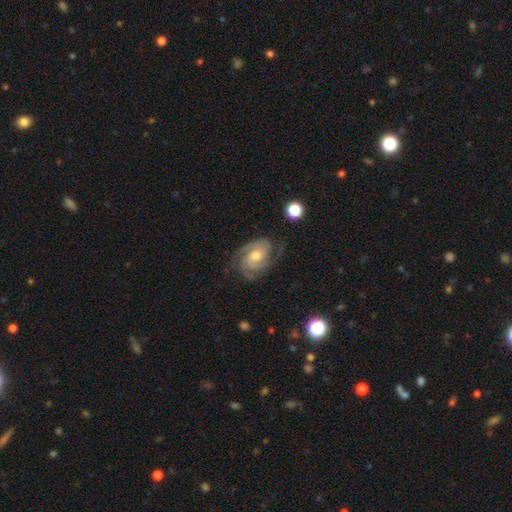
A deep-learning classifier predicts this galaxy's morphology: A featured or disk galaxy (88%) with no bar (59%), 2 (56%) tight (58%) spiral arms (97%) and a moderate central bulge (68%). Merging: none (74%).